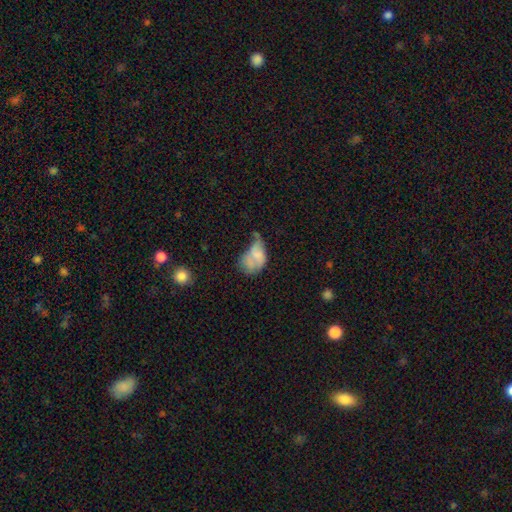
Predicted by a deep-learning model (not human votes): Morphology: type=smooth (60%); roundness=in between (84%); merging=major disturbance (33%).